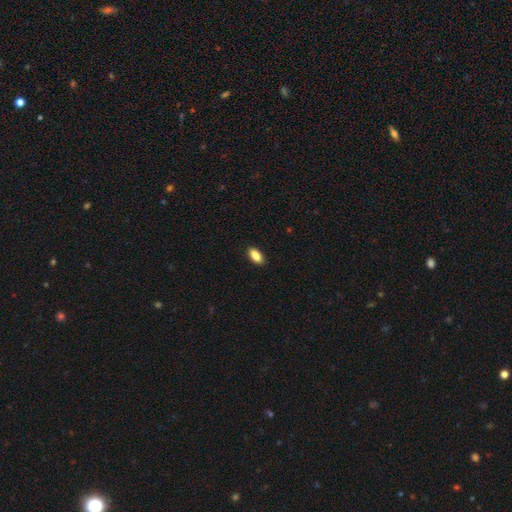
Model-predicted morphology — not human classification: This is clearly a smooth galaxy (89%). How rounded: clearly in between (91%). Merging: clearly none (89%).